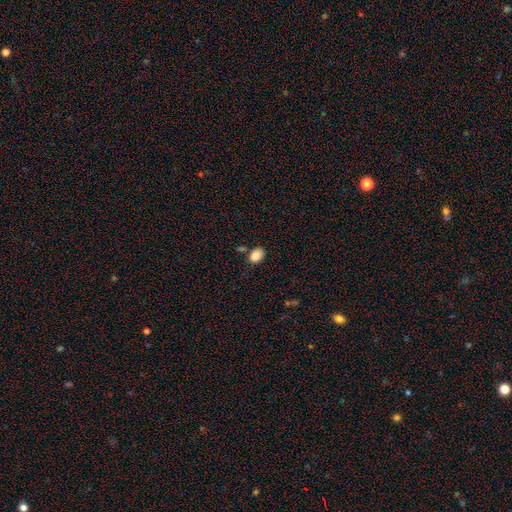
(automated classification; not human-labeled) A smooth galaxy with no disk features (87%) that is in between round and cigar-shaped (79%).

Vote fractions:
- Smooth or featured? smooth: 87% / star or artifact: 9% / featured or disk: 4%
- How rounded? in between: 79% / round: 20% / cigar-shaped: 1%
- Merging? none: 70% / minor disturbance: 17% / merger: 9% / major disturbance: 4%